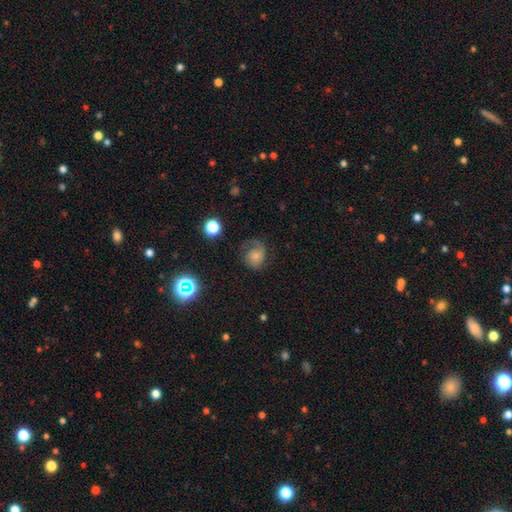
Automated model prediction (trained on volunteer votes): Smooth or featured? featured or disk (48%)
Merging? none (47%)